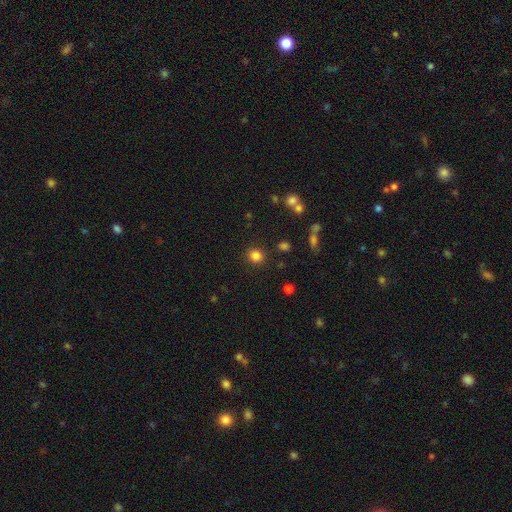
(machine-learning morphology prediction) smooth-or-featured: smooth: 82% | star or artifact: 13% | featured or disk: 5%
  how-rounded: round: 84% | in between: 15% | cigar-shaped: 1%
  merging: none: 88% | minor disturbance: 7% | major disturbance: 3% | merger: 2%